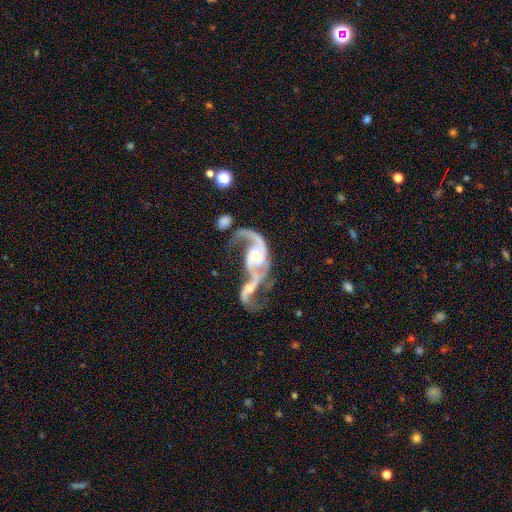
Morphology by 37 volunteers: This appears to be a featured or disk galaxy (95%) with no bar (53%), 2 (83%) loose (70%) spiral arms (94%) and a moderate central bulge (44%). Merging: merger (64%).